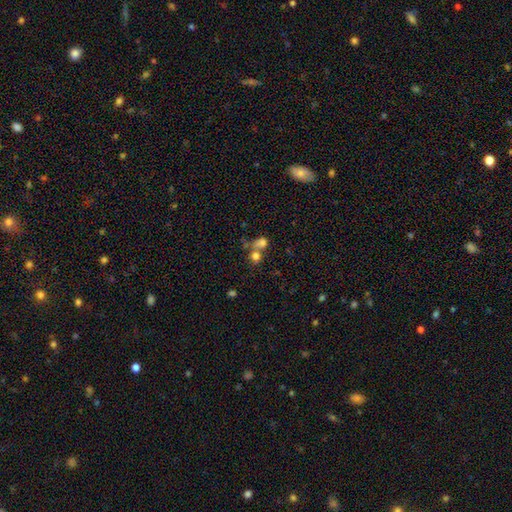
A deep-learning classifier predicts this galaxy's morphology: Smooth or featured: smooth — 75% (star or artifact — 15%)
How rounded: round — 78% (in between — 21%)
Merging: merger — 47% (none — 41%)